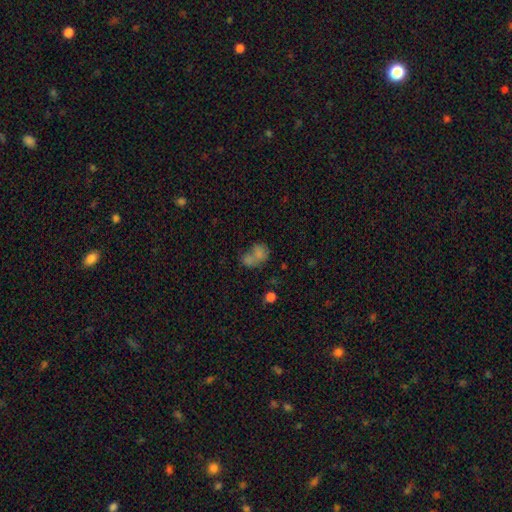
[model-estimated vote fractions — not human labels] Morphology: type=smooth (67%); roundness=in between (54%); merging=merger (61%).